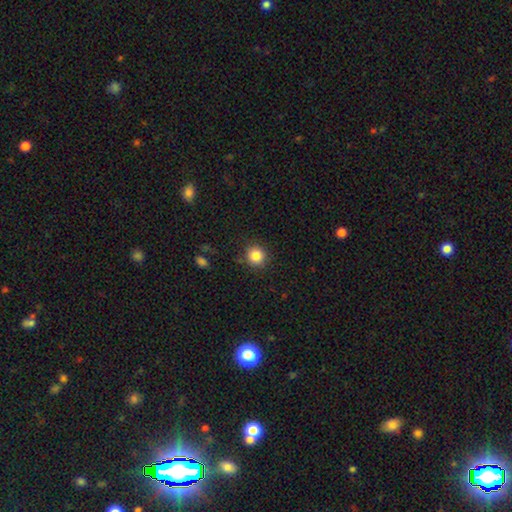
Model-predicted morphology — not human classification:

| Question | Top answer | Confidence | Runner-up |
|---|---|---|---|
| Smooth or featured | smooth | 85% | star or artifact (11%) |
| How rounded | round | 92% | in between (7%) |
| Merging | none | 88% | minor disturbance (8%) |